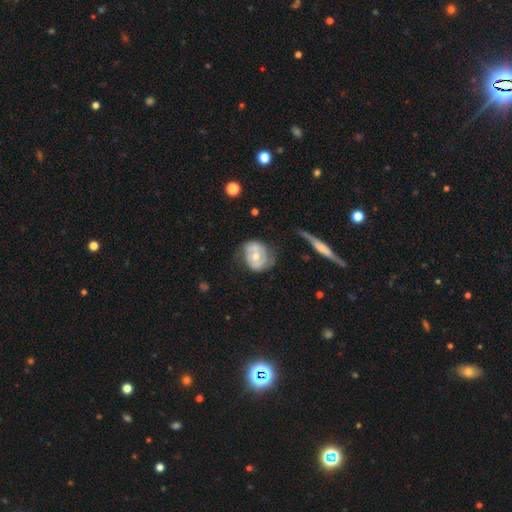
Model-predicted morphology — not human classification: Q: Smooth or featured?
A: featured or disk (61%); runner-up: smooth (33%)
Q: Edge-on disk?
A: no (95%); runner-up: yes (5%)
Q: Bar?
A: no (62%); runner-up: weak (26%)
Q: Spiral arms?
A: yes (59%); runner-up: no (41%)
Q: Bulge size?
A: moderate (65%); runner-up: small (30%)
Q: Merging?
A: none (53%); runner-up: minor disturbance (26%)